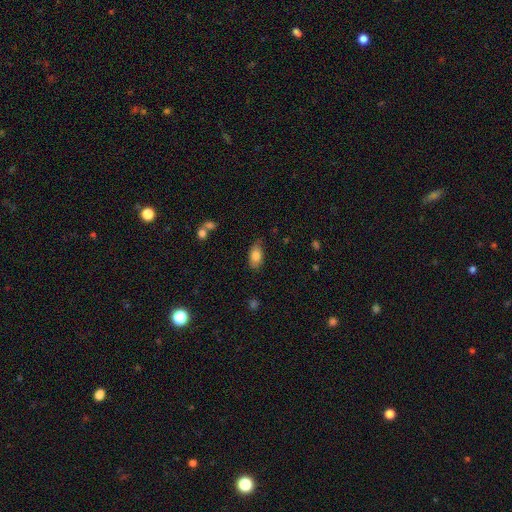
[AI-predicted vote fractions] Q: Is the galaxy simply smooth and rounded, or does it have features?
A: smooth — 83%.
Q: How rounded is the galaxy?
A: in between — 91%.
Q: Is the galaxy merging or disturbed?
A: none — 65%.